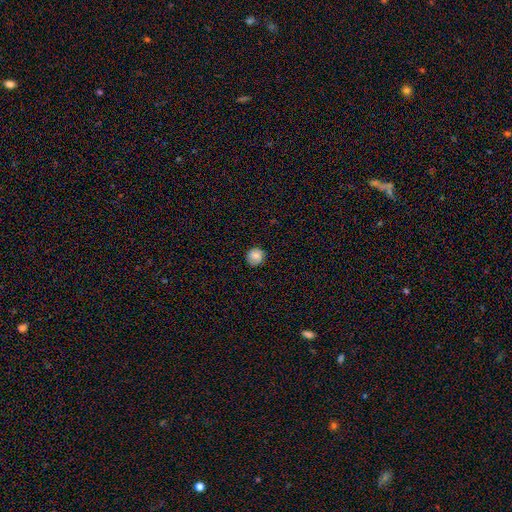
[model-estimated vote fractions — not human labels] This appears to be a smooth galaxy with no disk features (80%) that is round (89%). Merging: none (85%).